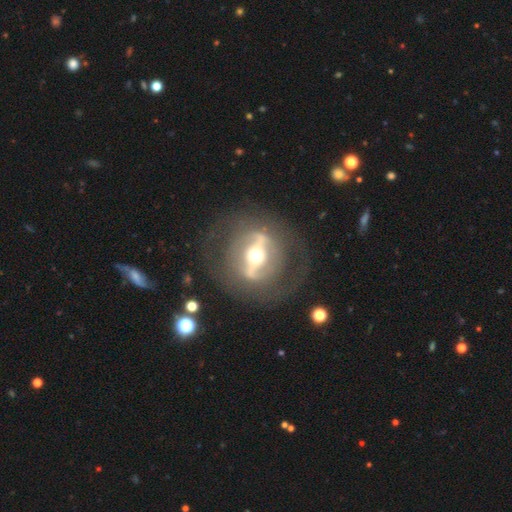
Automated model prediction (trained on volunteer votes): Morphology: type=featured or disk (80%); edge-on=no (87%); bar=strong (70%); spiral arms=no (55%); bulge=moderate (69%); merging=none (72%).